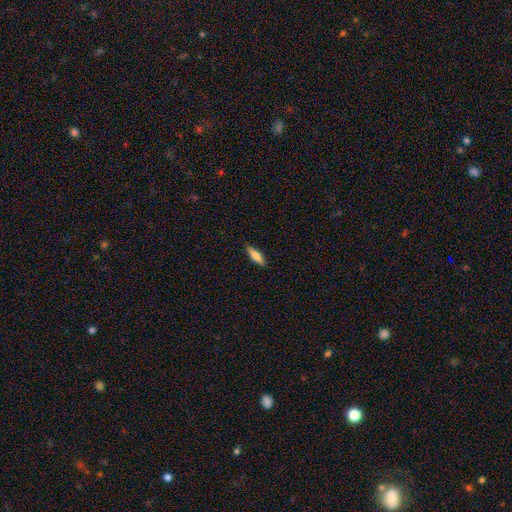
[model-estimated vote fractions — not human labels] This is likely a smooth galaxy (74%). How rounded: possibly cigar-shaped (57%). Merging: clearly none (88%).